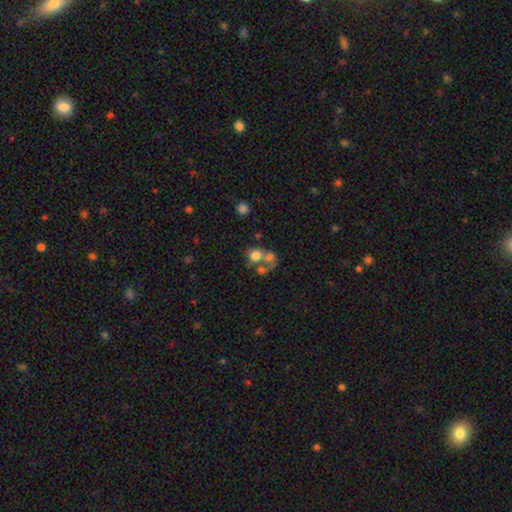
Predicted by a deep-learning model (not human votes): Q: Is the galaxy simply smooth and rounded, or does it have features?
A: smooth — 66%.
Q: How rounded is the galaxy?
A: round — 74%.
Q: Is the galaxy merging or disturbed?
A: merger — 57%.